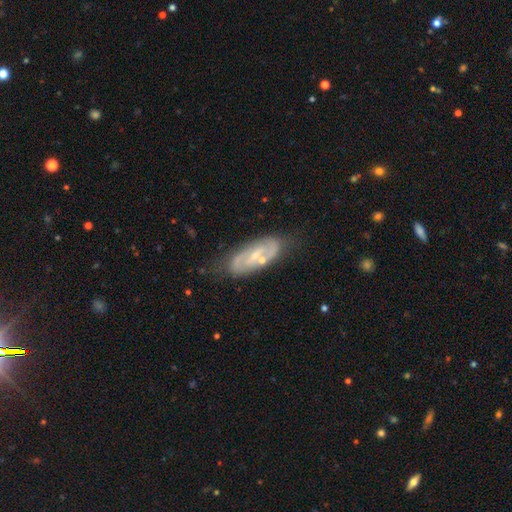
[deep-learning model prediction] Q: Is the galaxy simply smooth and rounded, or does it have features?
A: featured or disk — 75%.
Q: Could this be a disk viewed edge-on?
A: no — 88%.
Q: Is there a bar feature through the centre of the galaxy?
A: weak — 39%.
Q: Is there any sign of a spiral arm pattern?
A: yes — 76%.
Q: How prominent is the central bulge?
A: small — 65%.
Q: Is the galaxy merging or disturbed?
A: none — 70%.